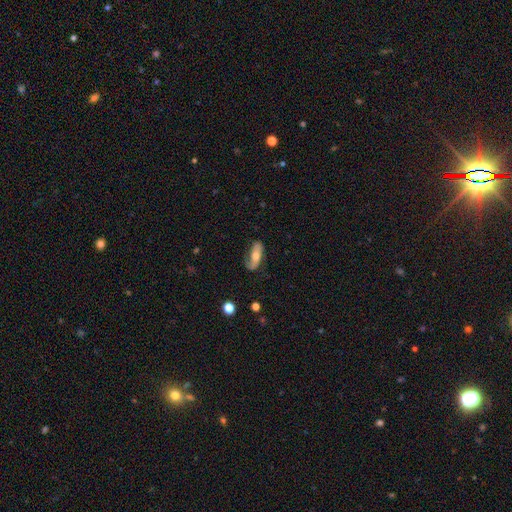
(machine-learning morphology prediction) Overall: smooth (48%; featured or disk 45%). Merging: none (59%; minor disturbance 26%).